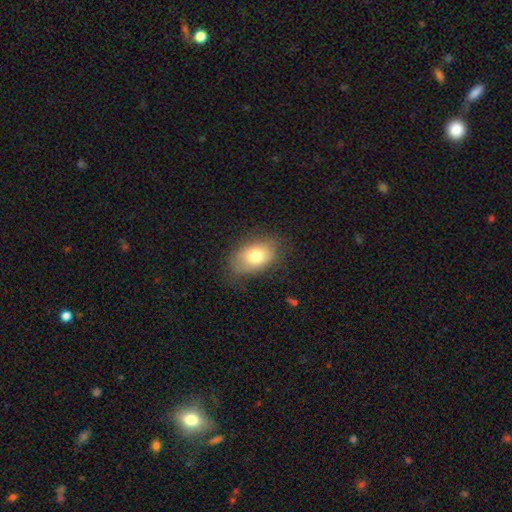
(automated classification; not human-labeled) Overall: smooth (76%). How rounded: in between (88%). Merging: none (73%).